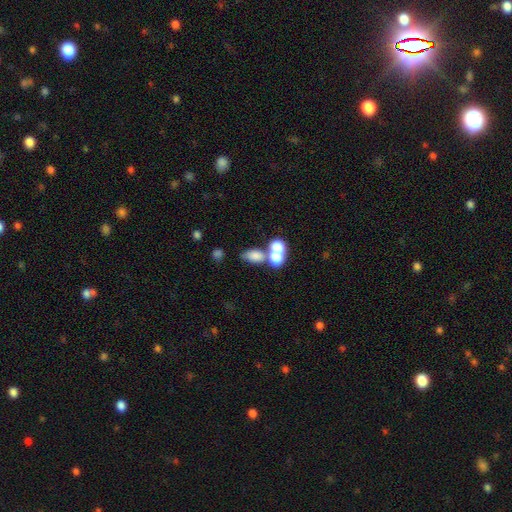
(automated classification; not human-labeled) Smooth or featured: smooth — 70% (featured or disk — 19%)
How rounded: in between — 71% (round — 26%)
Merging: merger — 61% (none — 25%)